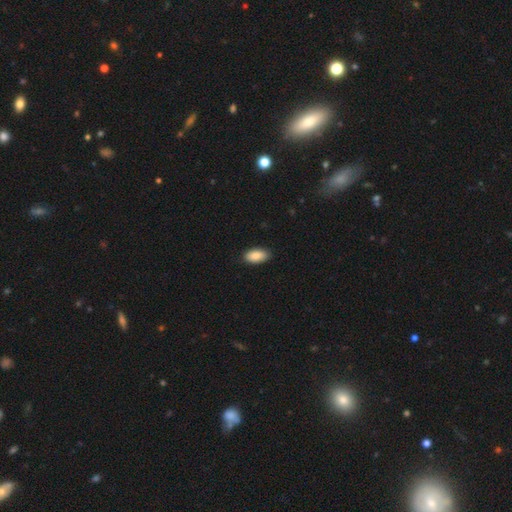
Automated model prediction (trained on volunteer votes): The model was most divided on "merging": none: 87%, minor disturbance: 10%, major disturbance: 2%, merger: 1%. More confident: how rounded — in between (93%); smooth or featured — smooth (89%).